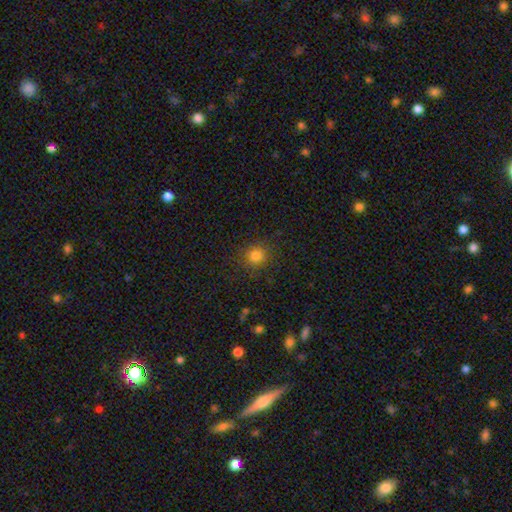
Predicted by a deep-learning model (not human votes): This appears to be a smooth galaxy with no disk features (81%) that is round (89%). Merging: none (88%).